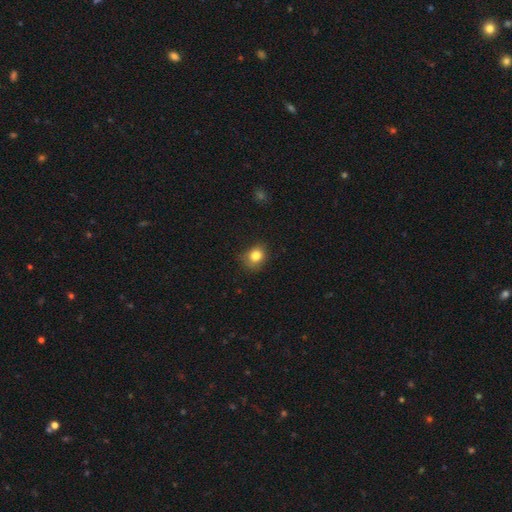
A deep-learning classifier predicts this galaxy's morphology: Smooth or featured?
  - smooth: 81% *
  - star or artifact: 11%
  - featured or disk: 8%
How rounded?
  - round: 63% *
  - in between: 36%
  - cigar-shaped: 1%
Merging?
  - none: 69% *
  - minor disturbance: 23%
  - major disturbance: 6%
  - merger: 1%